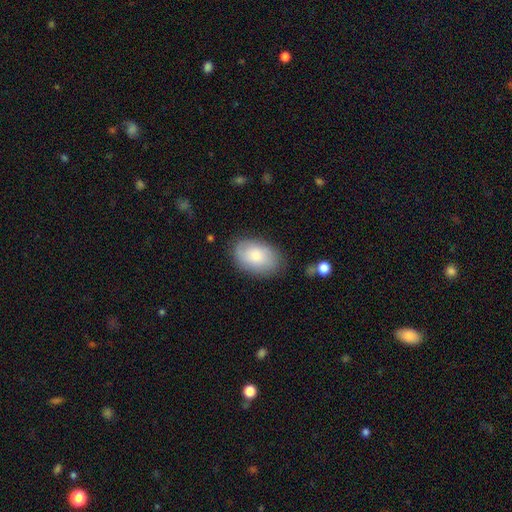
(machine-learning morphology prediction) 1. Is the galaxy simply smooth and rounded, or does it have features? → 78% smooth, 16% featured or disk, 6% star or artifact.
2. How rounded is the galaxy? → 85% in between, 14% round, 1% cigar-shaped.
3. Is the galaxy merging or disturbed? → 79% none, 15% minor disturbance, 4% major disturbance, 2% merger.